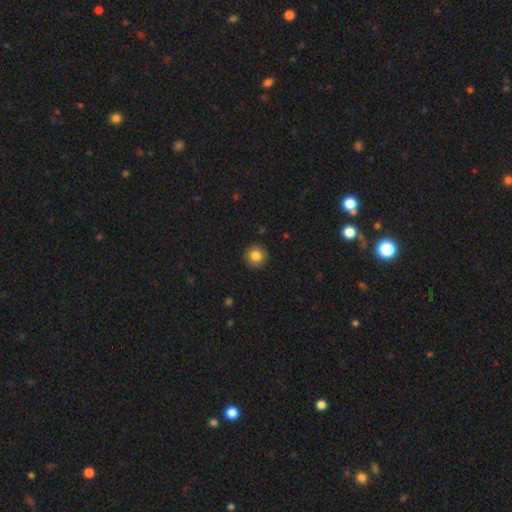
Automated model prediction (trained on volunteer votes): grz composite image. It shows a smooth galaxy with no disk features (84%) that is round (94%). Merging: none (92%).